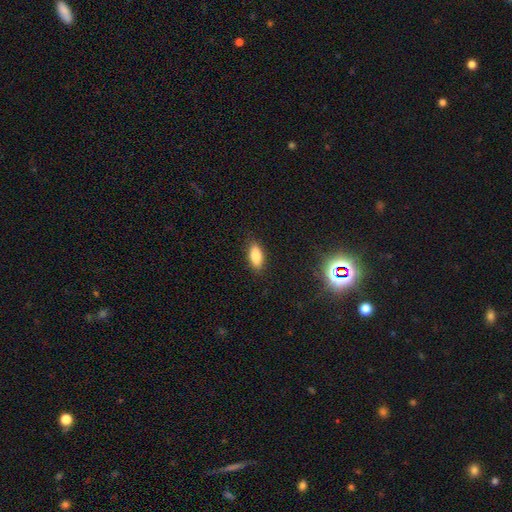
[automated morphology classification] Smooth or featured? smooth (83%)
How rounded? in between (80%)
Merging? none (87%)